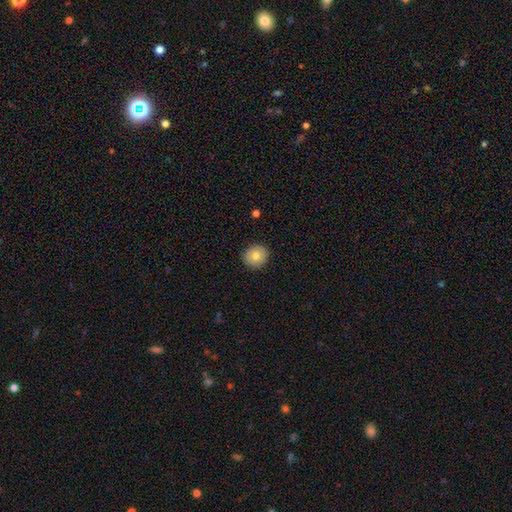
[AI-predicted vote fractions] smooth 77%, featured or disk 15%, star or artifact 9%. Down the decision tree: how rounded — round (86%); merging — none (89%).